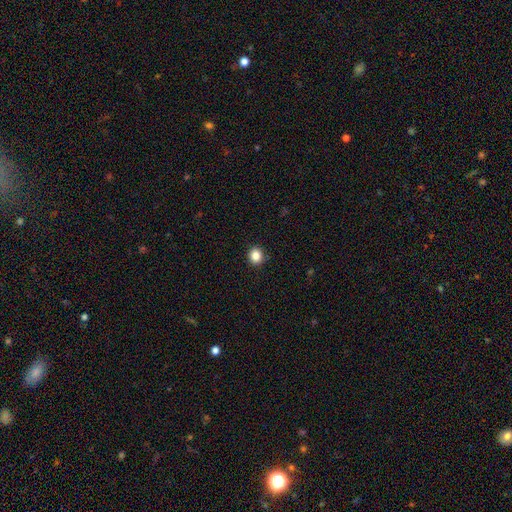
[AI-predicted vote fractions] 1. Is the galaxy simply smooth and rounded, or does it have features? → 85% smooth, 11% star or artifact, 4% featured or disk.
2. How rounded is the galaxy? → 83% round, 16% in between, 1% cigar-shaped.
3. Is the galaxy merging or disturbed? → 91% none, 6% minor disturbance, 2% major disturbance, 1% merger.